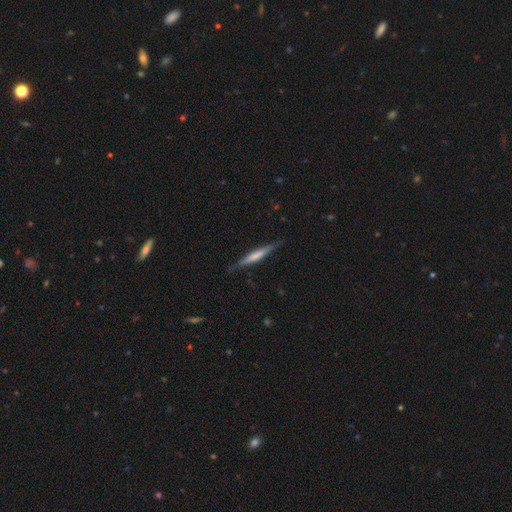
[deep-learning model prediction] Overall: featured or disk (52%; smooth 43%). Edge-on disk: yes (96%). Merging: none (84%).